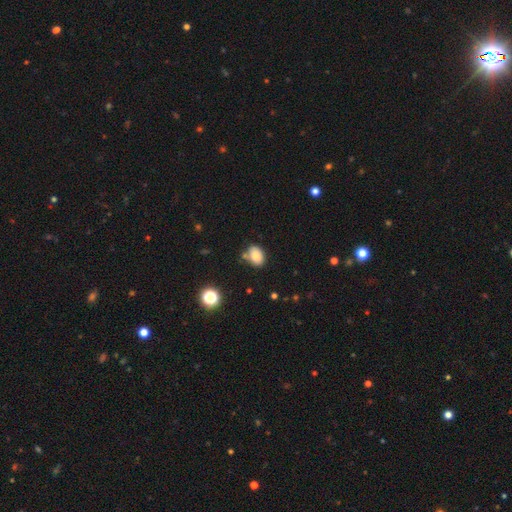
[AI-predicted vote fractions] smooth_or_featured: smooth (p=0.81) [alt: star or artifact p=0.10]
how_rounded: in between (p=0.79) [alt: round p=0.20]
merging: none (p=0.71) [alt: minor disturbance p=0.16]